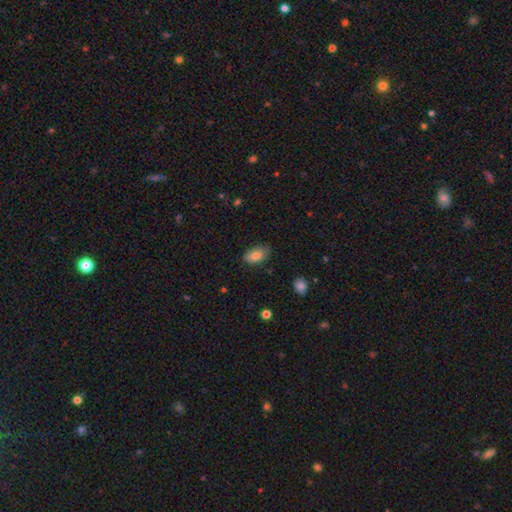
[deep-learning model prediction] This appears to be a smooth galaxy with no disk features (80%) that is in between round and cigar-shaped (92%). Merging: none (79%).